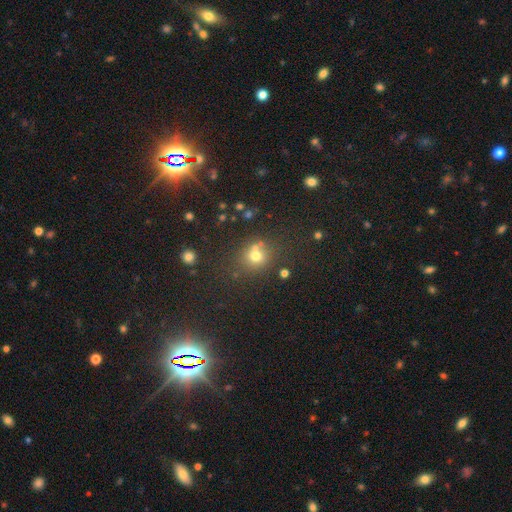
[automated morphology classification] smooth_or_featured: smooth (p=0.68) [alt: star or artifact p=0.21]
how_rounded: round (p=0.81) [alt: in between p=0.18]
merging: none (p=0.65) [alt: merger p=0.17]